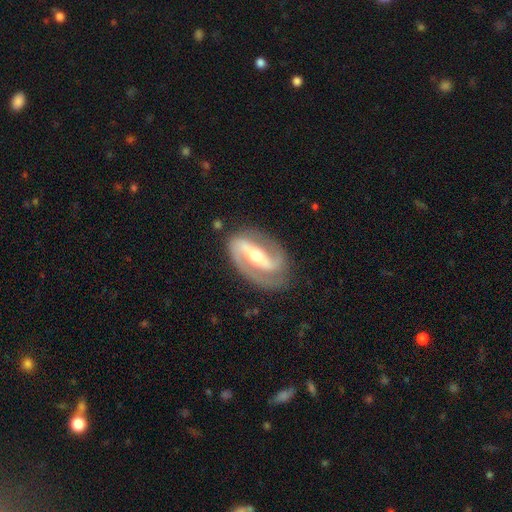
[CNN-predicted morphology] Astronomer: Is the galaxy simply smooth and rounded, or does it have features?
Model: featured or disk — 89%.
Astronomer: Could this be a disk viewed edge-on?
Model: no — 95%.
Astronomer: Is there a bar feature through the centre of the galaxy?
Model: strong — 66%.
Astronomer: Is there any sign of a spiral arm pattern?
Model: yes — 94%.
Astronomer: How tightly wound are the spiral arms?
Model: medium — 48% (runner-up: tight, 34%).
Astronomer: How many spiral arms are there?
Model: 2 — 88%.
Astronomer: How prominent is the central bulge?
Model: moderate — 60%.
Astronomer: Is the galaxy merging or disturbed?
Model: none — 79%.